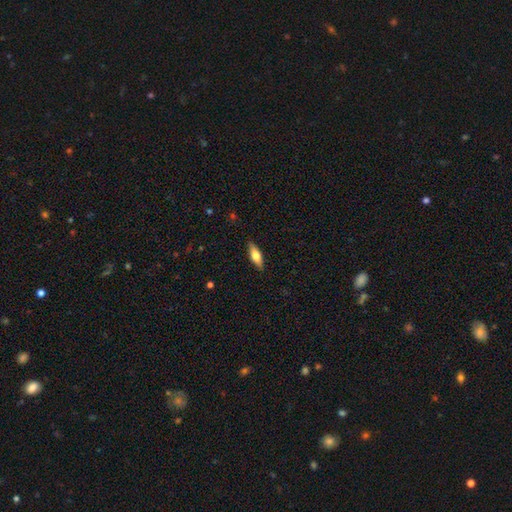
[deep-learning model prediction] This is likely a smooth galaxy (61%). How rounded: possibly in between (58%). Merging: clearly none (88%).